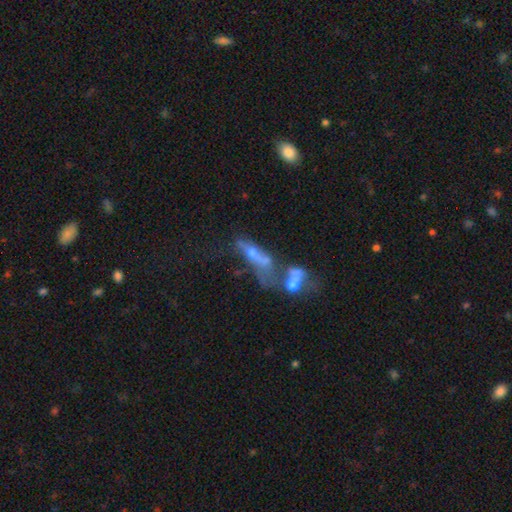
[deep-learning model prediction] A featured or disk galaxy (54%). Merging: merger (56%).